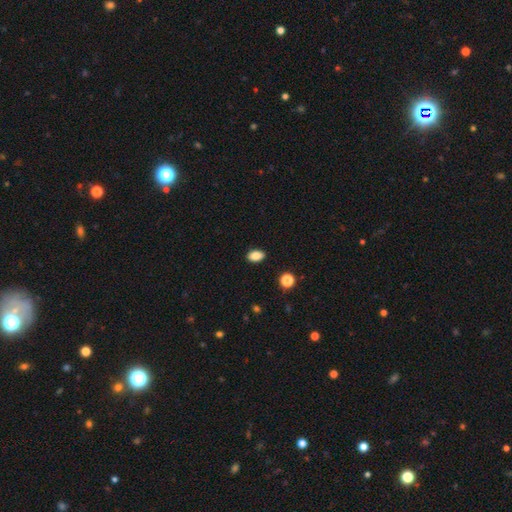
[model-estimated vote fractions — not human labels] A smooth galaxy with no disk features (86%) that is in between round and cigar-shaped (88%).

Vote fractions:
- Smooth or featured? smooth: 86% / star or artifact: 9% / featured or disk: 4%
- How rounded? in between: 88% / round: 10% / cigar-shaped: 2%
- Merging? none: 89% / minor disturbance: 8% / major disturbance: 2% / merger: 1%